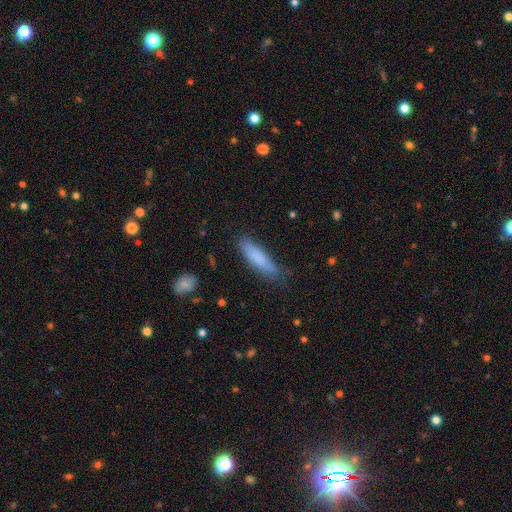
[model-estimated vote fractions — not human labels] Smooth or featured?
  - smooth: 80% *
  - featured or disk: 13%
  - star or artifact: 7%
How rounded?
  - cigar-shaped: 70% *
  - in between: 28%
  - round: 2%
Merging?
  - none: 68% *
  - minor disturbance: 24%
  - major disturbance: 6%
  - merger: 2%